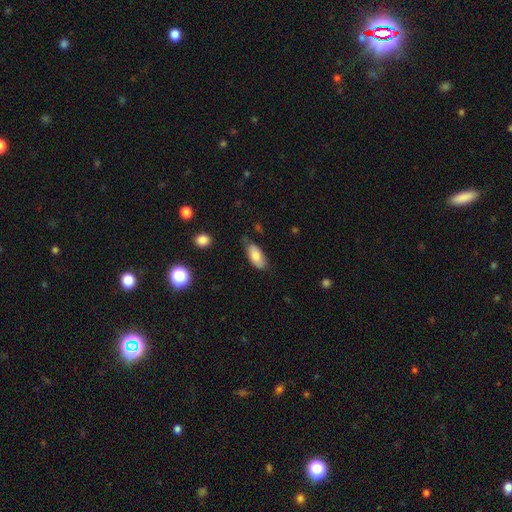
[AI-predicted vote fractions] smooth 77%, featured or disk 16%, star or artifact 7%. Down the decision tree: how rounded — in between (89%); merging — none (66%).